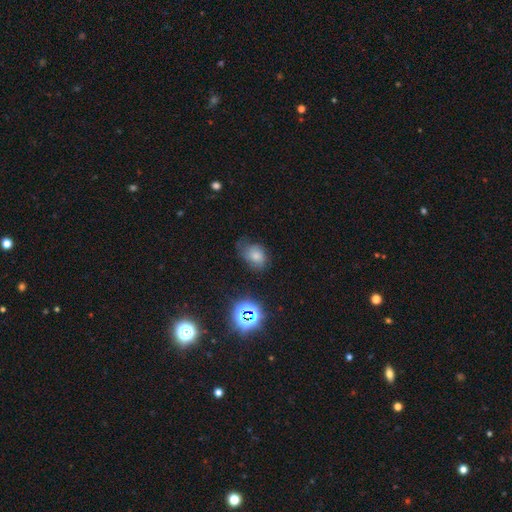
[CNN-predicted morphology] Smooth or featured? Predicted: smooth (p=0.66). How rounded? Predicted: in between (p=0.64). Merging? Predicted: none (p=0.50).